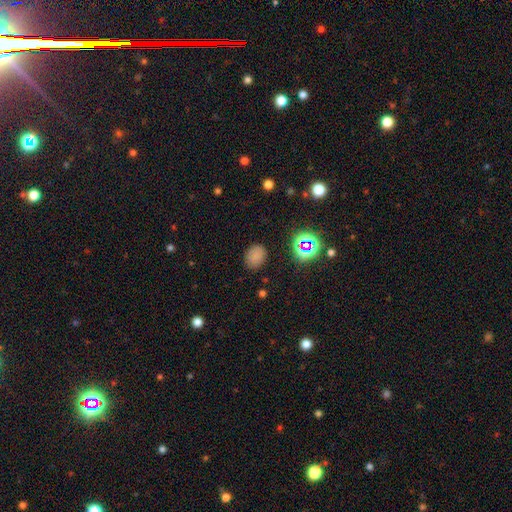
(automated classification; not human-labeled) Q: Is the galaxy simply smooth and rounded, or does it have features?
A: smooth — 75%.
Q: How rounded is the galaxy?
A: in between — 58%.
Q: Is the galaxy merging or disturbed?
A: none — 83%.